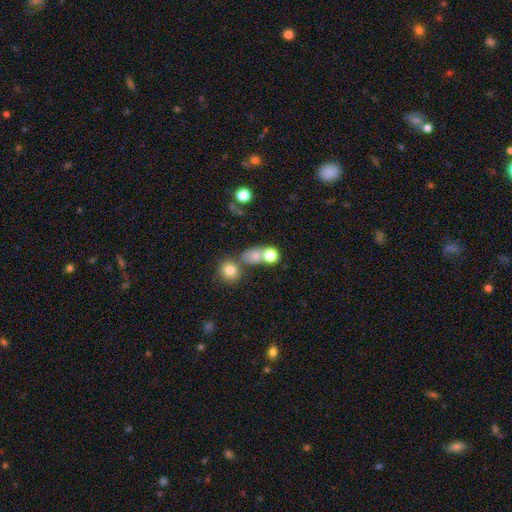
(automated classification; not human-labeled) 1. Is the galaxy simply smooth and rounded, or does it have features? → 74% smooth, 15% star or artifact, 11% featured or disk.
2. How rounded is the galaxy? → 65% round, 33% in between, 3% cigar-shaped.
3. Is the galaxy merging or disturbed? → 46% none, 38% merger, 10% minor disturbance, 6% major disturbance.